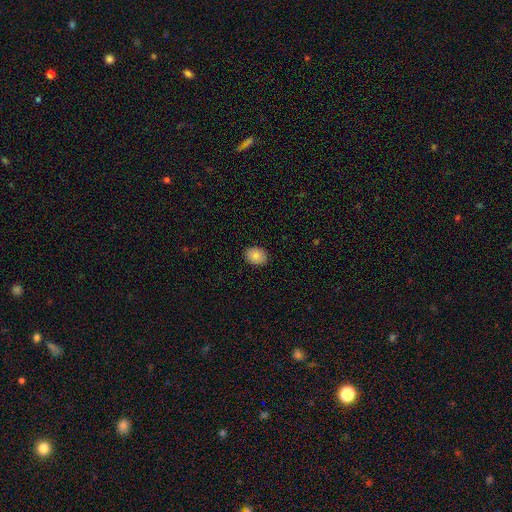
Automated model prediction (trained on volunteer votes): smooth_or_featured: smooth (p=0.85) [alt: star or artifact p=0.08]
how_rounded: in between (p=0.56) [alt: round p=0.43]
merging: none (p=0.89) [alt: minor disturbance p=0.08]